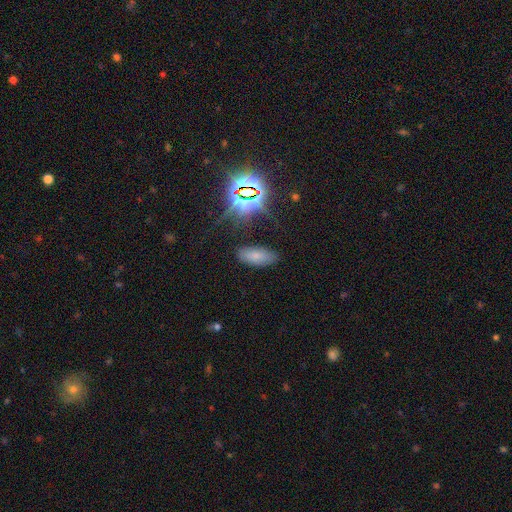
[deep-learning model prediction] Smooth or featured?
  - smooth: 66% *
  - star or artifact: 23%
  - featured or disk: 11%
How rounded?
  - in between: 84% *
  - cigar-shaped: 13%
  - round: 3%
Merging?
  - none: 82% *
  - minor disturbance: 12%
  - major disturbance: 4%
  - merger: 2%